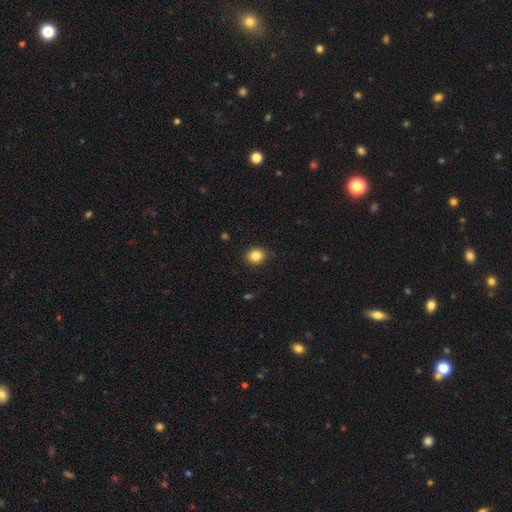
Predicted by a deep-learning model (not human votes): A smooth galaxy with no disk features (84%) that is round (70%).

Vote fractions:
- Smooth or featured? smooth: 84% / star or artifact: 10% / featured or disk: 6%
- How rounded? round: 70% / in between: 29% / cigar-shaped: 1%
- Merging? none: 89% / minor disturbance: 8% / major disturbance: 2% / merger: 1%